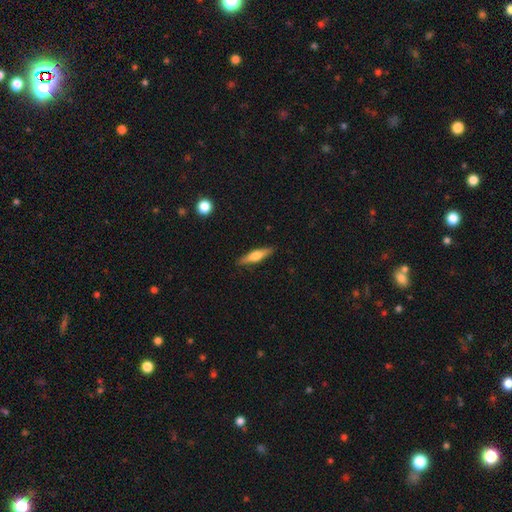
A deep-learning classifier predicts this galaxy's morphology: smooth-or-featured: smooth: 48% | featured or disk: 46% | star or artifact: 6%
  merging: none: 89% | minor disturbance: 8% | major disturbance: 2% | merger: 1%